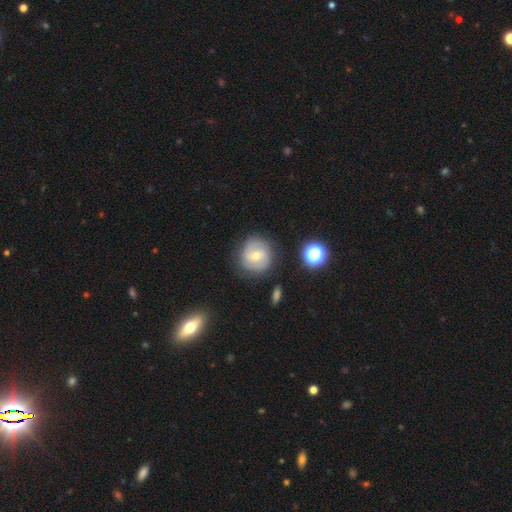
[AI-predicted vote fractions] This is possibly a smooth galaxy (46%). Merging: likely none (75%).